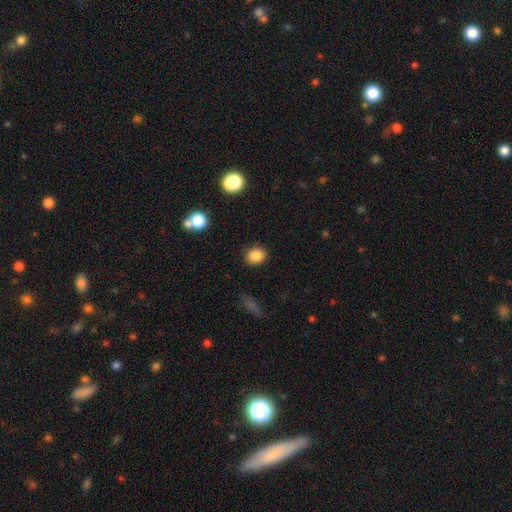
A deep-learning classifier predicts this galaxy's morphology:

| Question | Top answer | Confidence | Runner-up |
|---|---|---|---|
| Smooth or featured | smooth | 86% | star or artifact (10%) |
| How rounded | round | 58% | in between (41%) |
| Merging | none | 86% | minor disturbance (10%) |